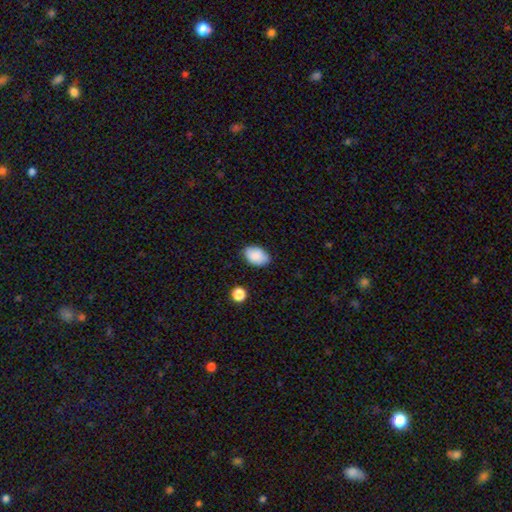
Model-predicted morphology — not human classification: type=smooth (87%); roundness=in between (87%); merging=none (79%).